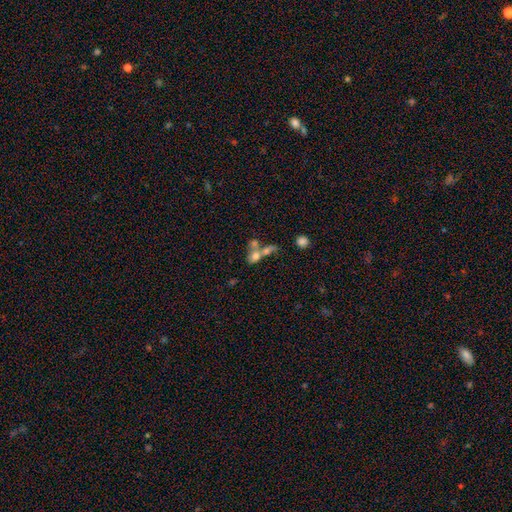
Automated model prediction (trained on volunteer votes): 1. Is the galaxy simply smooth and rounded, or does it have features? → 64% smooth, 23% featured or disk, 13% star or artifact.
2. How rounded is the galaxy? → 55% in between, 41% round, 4% cigar-shaped.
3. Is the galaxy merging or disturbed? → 68% merger, 19% none, 7% major disturbance, 7% minor disturbance.